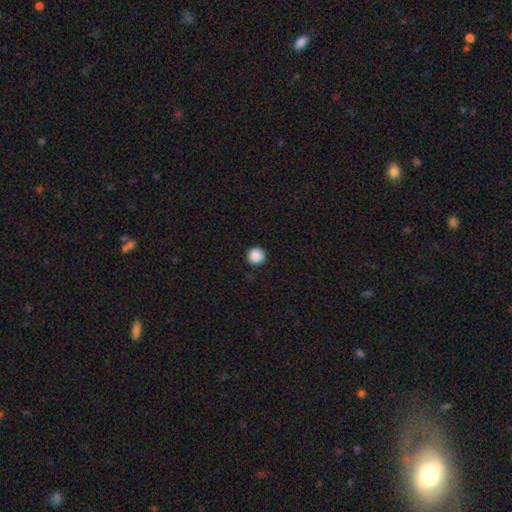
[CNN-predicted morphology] smooth_or_featured: smooth (p=0.89) [alt: star or artifact p=0.09]
how_rounded: round (p=0.96) [alt: in between p=0.03]
merging: none (p=0.93) [alt: minor disturbance p=0.05]